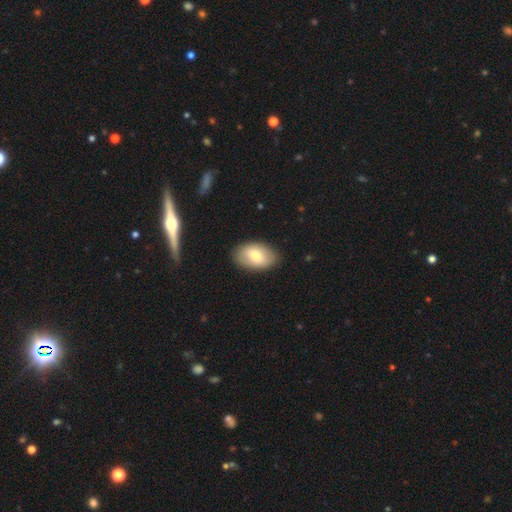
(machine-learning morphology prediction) The model was most divided on "smooth or featured": smooth: 70%, featured or disk: 23%, star or artifact: 6%. More confident: how rounded — in between (92%); merging — none (85%).